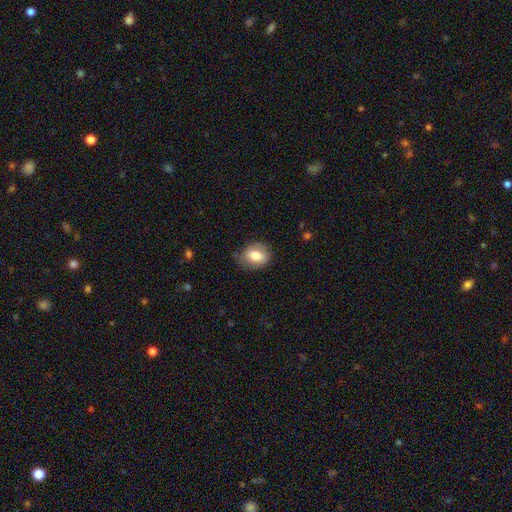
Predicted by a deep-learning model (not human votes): A smooth galaxy with no disk features (77%) that is in between round and cigar-shaped (53%).

Vote fractions:
- Smooth or featured? smooth: 77% / featured or disk: 15% / star or artifact: 8%
- How rounded? in between: 53% / round: 46% / cigar-shaped: 1%
- Merging? none: 72% / minor disturbance: 21% / major disturbance: 5% / merger: 1%